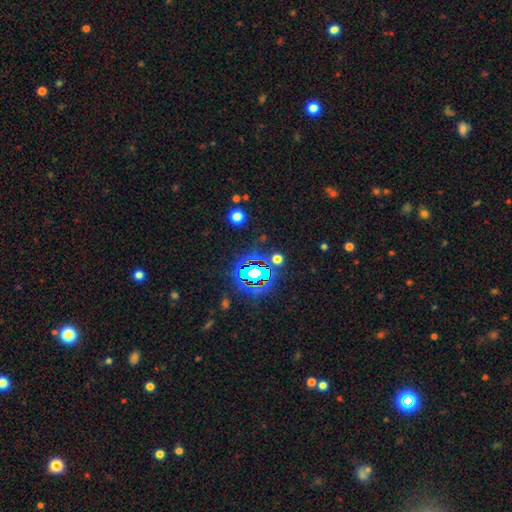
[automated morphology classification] The model was most divided on "smooth or featured": star or artifact: 78%, smooth: 13%, featured or disk: 8%.